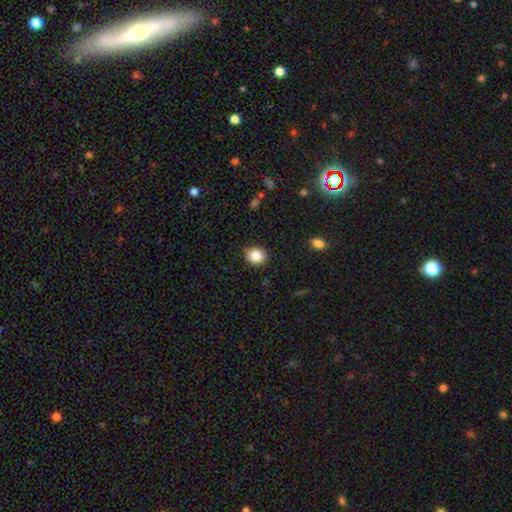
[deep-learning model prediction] A smooth galaxy with no disk features (85%) that is round (75%). Merging: none (83%).